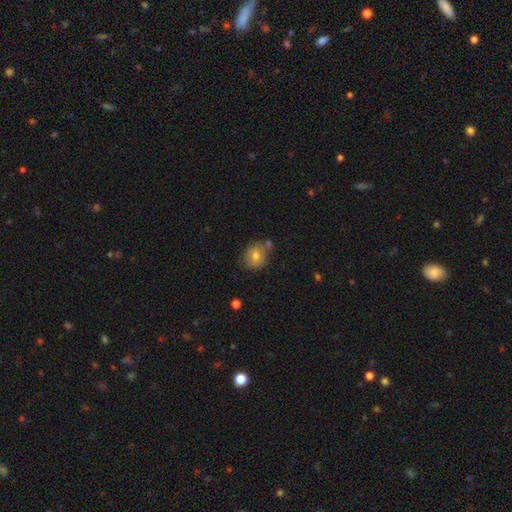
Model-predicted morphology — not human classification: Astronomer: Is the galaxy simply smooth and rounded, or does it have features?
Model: smooth — 72%.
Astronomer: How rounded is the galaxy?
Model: round — 70%.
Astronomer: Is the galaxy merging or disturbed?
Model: none — 67%.